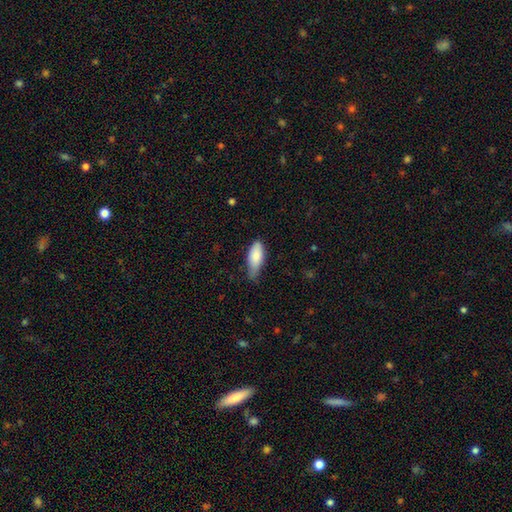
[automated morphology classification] This is clearly a smooth galaxy (84%). How rounded: clearly in between (81%). Merging: possibly none (49%).